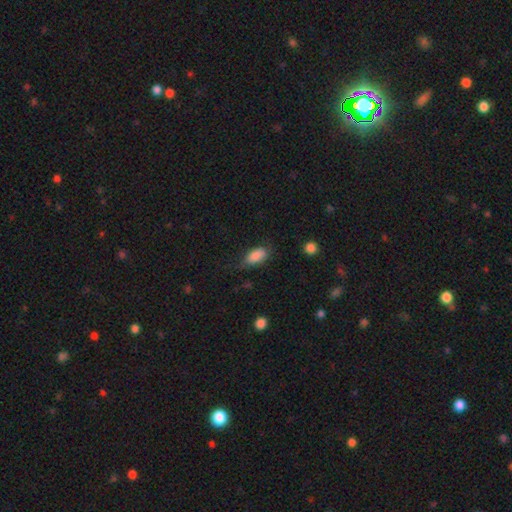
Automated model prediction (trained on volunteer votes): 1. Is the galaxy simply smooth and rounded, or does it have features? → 85% smooth, 8% featured or disk, 7% star or artifact.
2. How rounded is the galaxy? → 90% in between, 7% cigar-shaped, 4% round.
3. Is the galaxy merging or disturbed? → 58% none, 29% minor disturbance, 11% major disturbance, 2% merger.